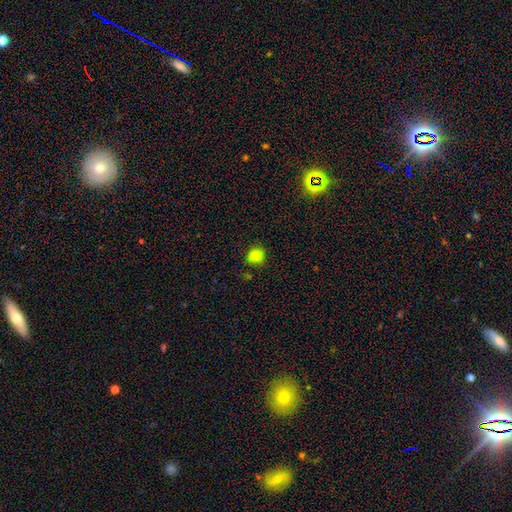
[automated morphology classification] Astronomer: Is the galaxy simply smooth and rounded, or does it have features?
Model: smooth — 83%.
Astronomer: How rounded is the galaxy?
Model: round — 77%.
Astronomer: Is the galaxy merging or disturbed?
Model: none — 83%.